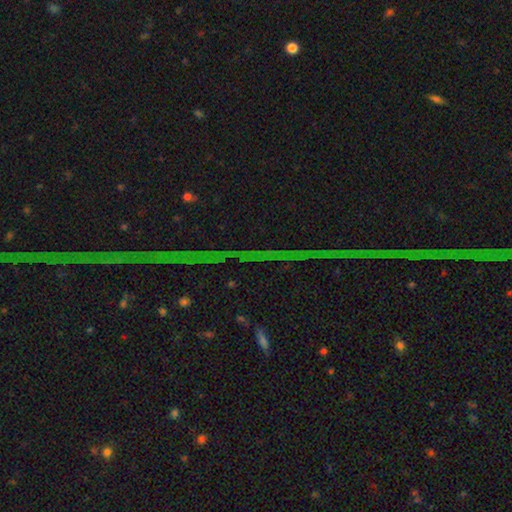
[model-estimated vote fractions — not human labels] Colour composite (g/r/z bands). It shows a star or artifact, not a galaxy (80%).